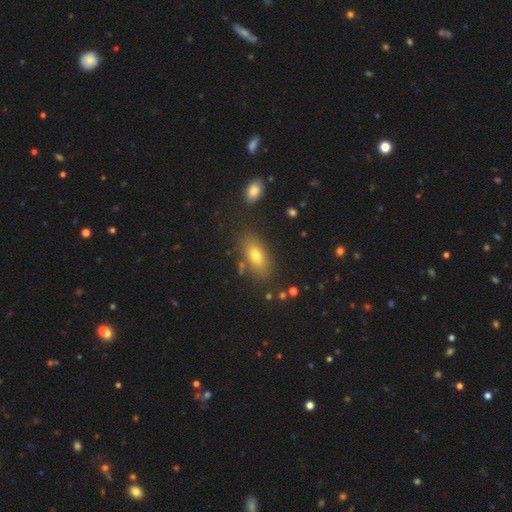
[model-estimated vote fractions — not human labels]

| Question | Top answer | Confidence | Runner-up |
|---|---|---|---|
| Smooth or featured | smooth | 73% | featured or disk (16%) |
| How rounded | in between | 83% | cigar-shaped (11%) |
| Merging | none | 80% | minor disturbance (12%) |